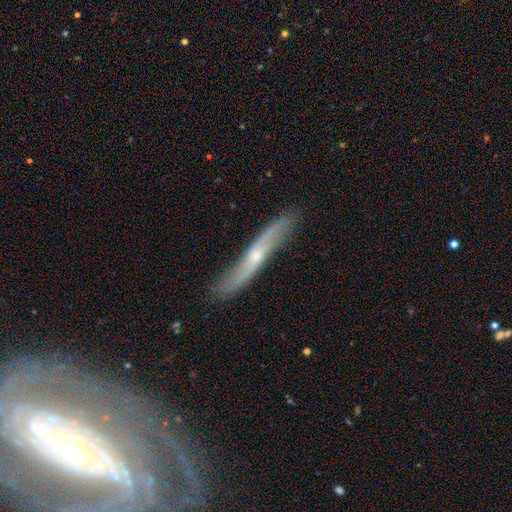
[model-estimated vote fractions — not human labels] Smooth or featured: featured or disk — 74% (smooth — 19%)
Edge-on disk: yes — 62% (no — 38%)
Merging: none — 80% (minor disturbance — 15%)